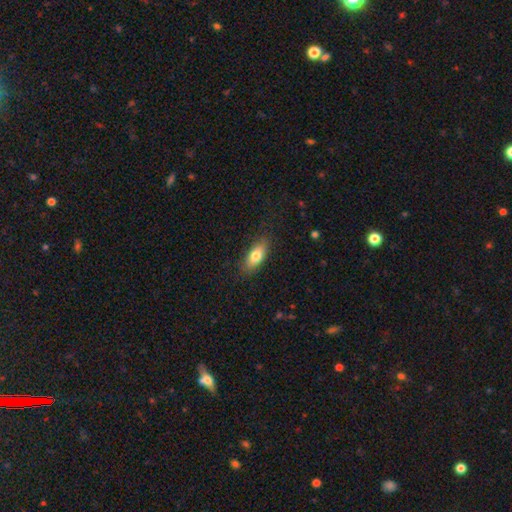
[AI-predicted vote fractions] This is likely a smooth galaxy (76%). How rounded: likely in between (79%). Merging: clearly none (83%).